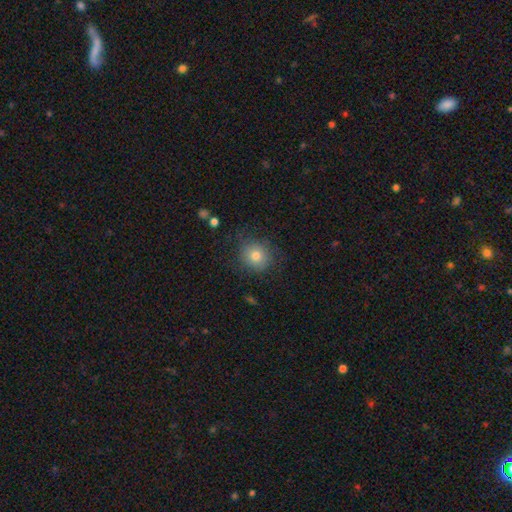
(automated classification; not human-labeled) smooth_or_featured: smooth (p=0.77) [alt: star or artifact p=0.12]
how_rounded: round (p=0.88) [alt: in between p=0.11]
merging: none (p=0.78) [alt: minor disturbance p=0.15]